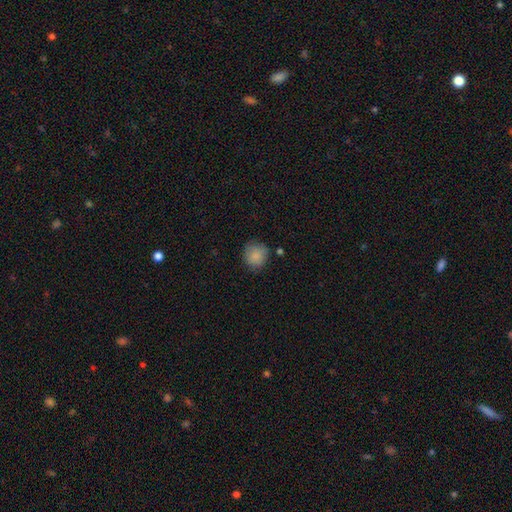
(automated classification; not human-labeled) Smooth or featured? Predicted: smooth (p=0.86). How rounded? Predicted: round (p=0.86). Merging? Predicted: none (p=0.73).